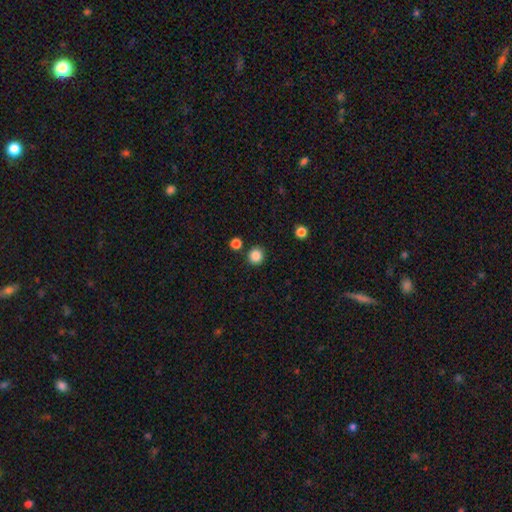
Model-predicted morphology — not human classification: Smooth or featured?
  - smooth: 86% *
  - star or artifact: 11%
  - featured or disk: 3%
How rounded?
  - round: 92% *
  - in between: 7%
  - cigar-shaped: 1%
Merging?
  - none: 88% *
  - minor disturbance: 6%
  - merger: 4%
  - major disturbance: 2%